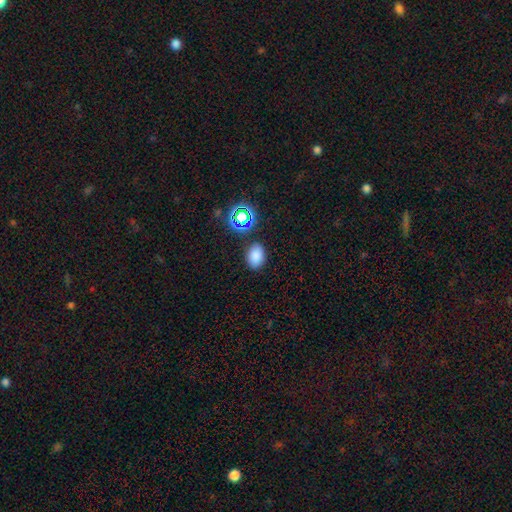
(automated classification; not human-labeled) Overall: smooth (78%). How rounded: in between (79%). Merging: none (83%).